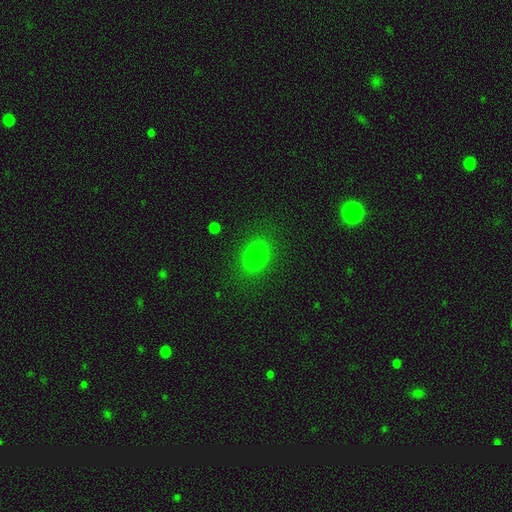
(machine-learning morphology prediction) A smooth galaxy with no disk features (80%) that is in between round and cigar-shaped (62%). Merging: none (85%).